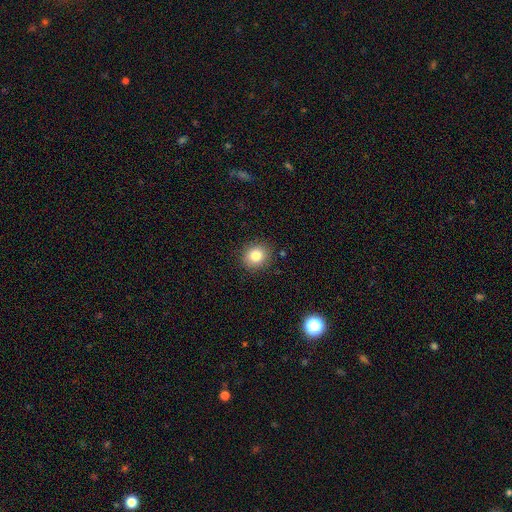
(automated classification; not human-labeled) Smooth or featured? smooth (83%)
How rounded? round (80%)
Merging? none (89%)